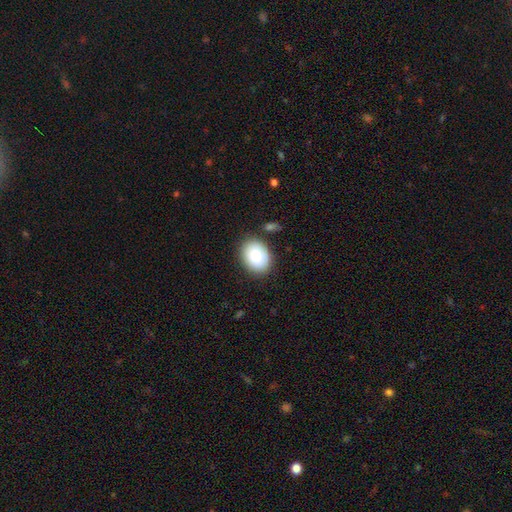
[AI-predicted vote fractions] A smooth galaxy with no disk features (85%) that is in between round and cigar-shaped (69%).

Vote fractions:
- Smooth or featured? smooth: 85% / featured or disk: 8% / star or artifact: 7%
- How rounded? in between: 69% / round: 30% / cigar-shaped: 1%
- Merging? none: 82% / minor disturbance: 12% / merger: 3% / major disturbance: 3%